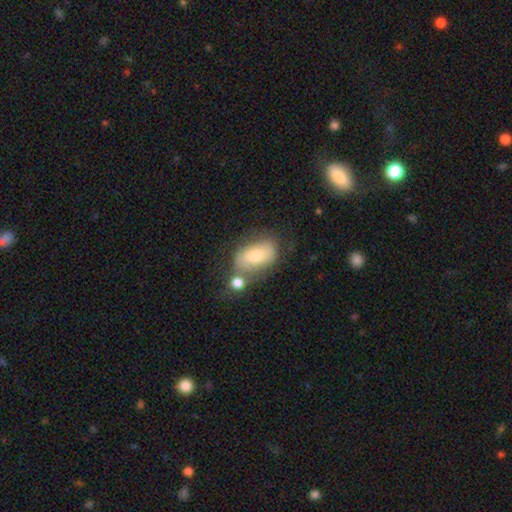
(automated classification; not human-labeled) smooth-or-featured: smooth: 65% | featured or disk: 27% | star or artifact: 8%
  how-rounded: in between: 89% | round: 8% | cigar-shaped: 3%
  merging: none: 49% | merger: 22% | minor disturbance: 20% | major disturbance: 9%